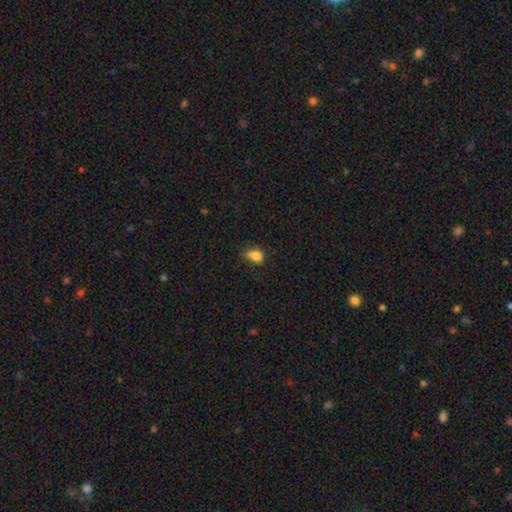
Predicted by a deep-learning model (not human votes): This appears to be a smooth galaxy with no disk features (79%) that is in between round and cigar-shaped (54%). Merging: none (37%).